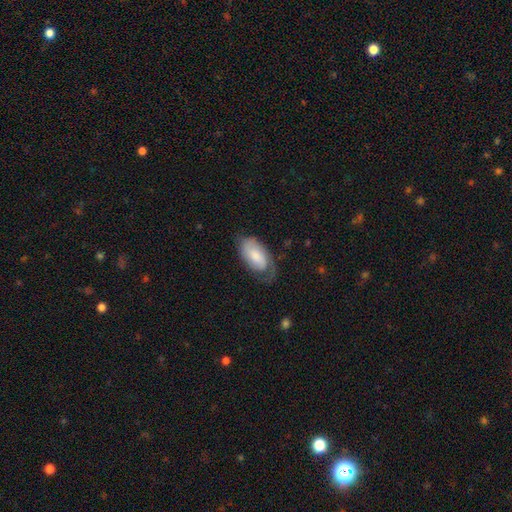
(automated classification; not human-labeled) This is possibly a smooth galaxy (53%). How rounded: clearly in between (94%). Merging: possibly none (49%).